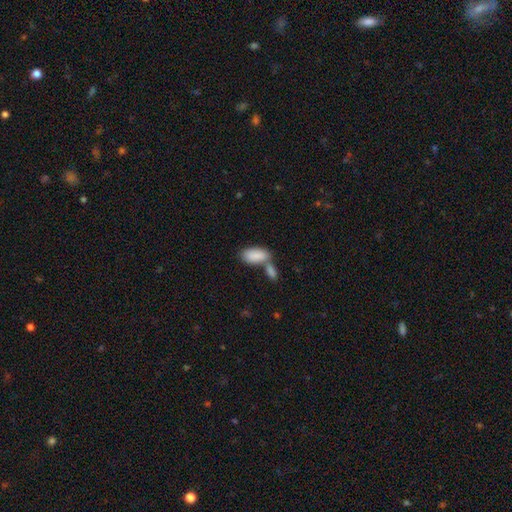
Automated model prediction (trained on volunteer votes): smooth-or-featured: smooth: 87% | featured or disk: 7% | star or artifact: 6%
  how-rounded: in between: 93% | cigar-shaped: 4% | round: 2%
  merging: merger: 48% | none: 37% | minor disturbance: 11% | major disturbance: 4%